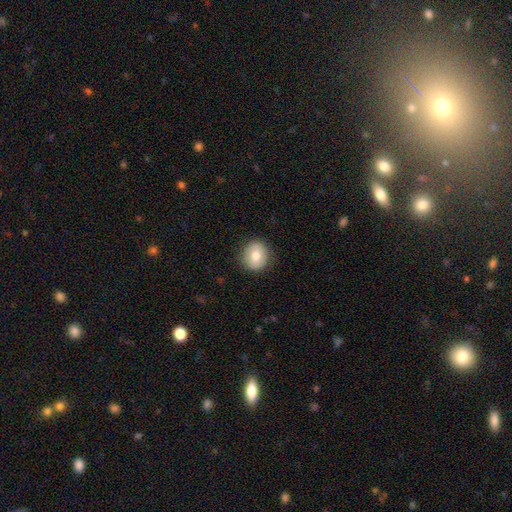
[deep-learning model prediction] Smooth or featured: smooth — 76% (featured or disk — 16%)
How rounded: round — 83% (in between — 16%)
Merging: none — 88% (minor disturbance — 8%)